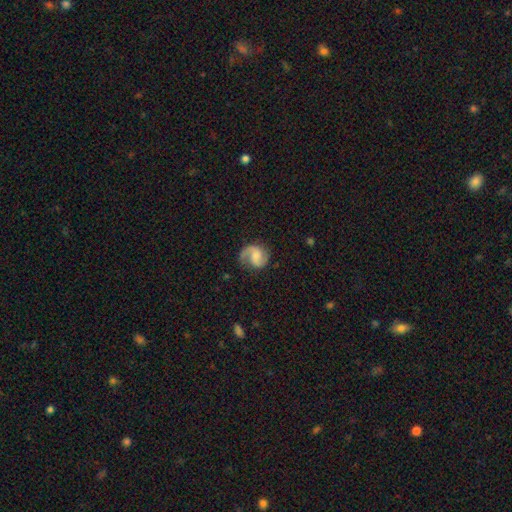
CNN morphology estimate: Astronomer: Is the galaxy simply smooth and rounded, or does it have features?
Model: featured or disk — 78%.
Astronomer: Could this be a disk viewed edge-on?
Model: no — 98%.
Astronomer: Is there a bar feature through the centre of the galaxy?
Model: no — 46% (runner-up: weak, 44%).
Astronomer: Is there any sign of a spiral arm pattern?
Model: yes — 96%.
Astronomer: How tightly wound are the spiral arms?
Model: medium — 50% (runner-up: loose, 32%).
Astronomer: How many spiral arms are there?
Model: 2 — 76%.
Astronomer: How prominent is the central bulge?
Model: small — 32% (runner-up: moderate, 31%).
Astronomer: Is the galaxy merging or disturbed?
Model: none — 71%.